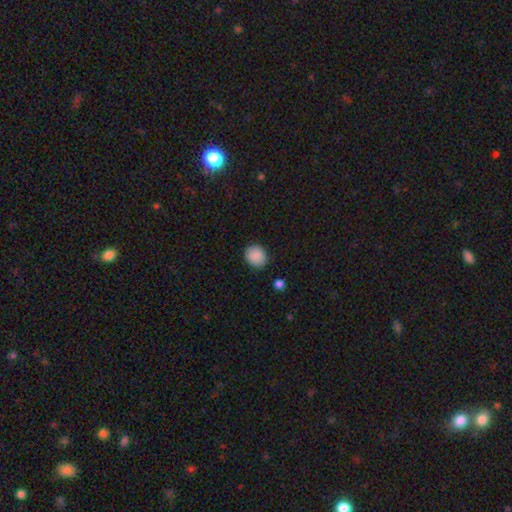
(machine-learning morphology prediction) Smooth or featured: smooth — 89% (star or artifact — 8%)
How rounded: round — 68% (in between — 31%)
Merging: none — 85% (minor disturbance — 11%)